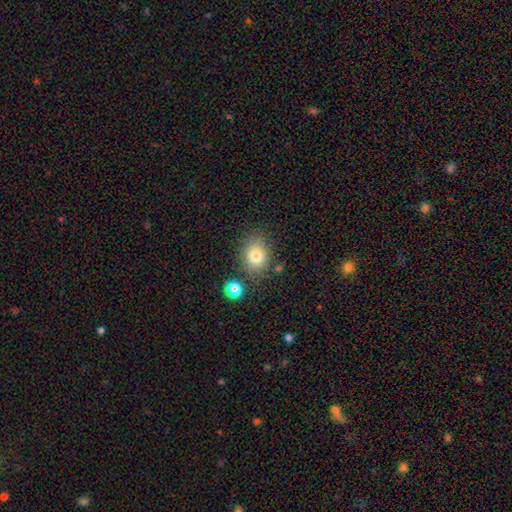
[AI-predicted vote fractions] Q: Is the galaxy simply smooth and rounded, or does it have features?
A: smooth — 79%.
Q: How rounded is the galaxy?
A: round — 54%.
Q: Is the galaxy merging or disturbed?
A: none — 76%.